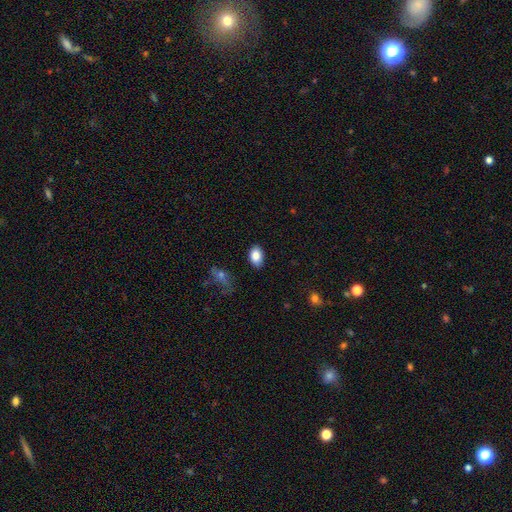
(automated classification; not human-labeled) This is clearly a smooth galaxy (86%). How rounded: clearly in between (89%). Merging: clearly none (86%).